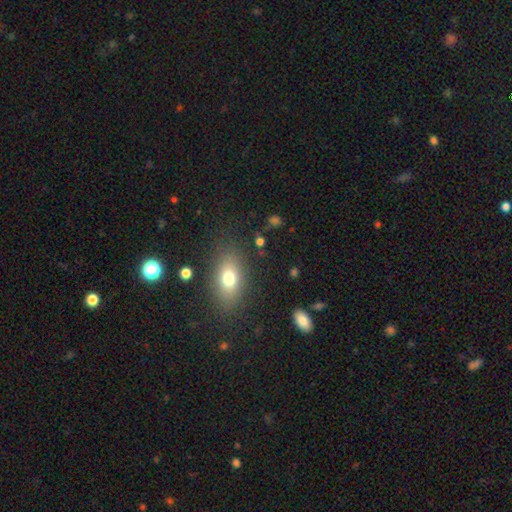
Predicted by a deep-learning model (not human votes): Smooth or featured?
  - smooth: 64% *
  - star or artifact: 22%
  - featured or disk: 14%
How rounded?
  - in between: 79% *
  - round: 16%
  - cigar-shaped: 4%
Merging?
  - none: 85% *
  - minor disturbance: 9%
  - merger: 3%
  - major disturbance: 3%